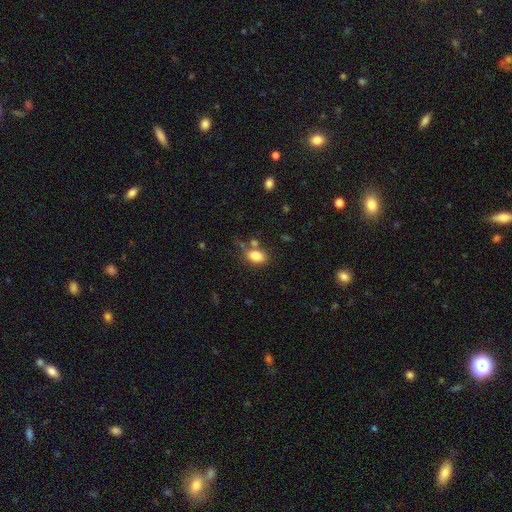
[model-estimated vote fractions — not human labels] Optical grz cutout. It shows a smooth galaxy with no disk features (83%) that is in between round and cigar-shaped (84%). Merging: none (65%).